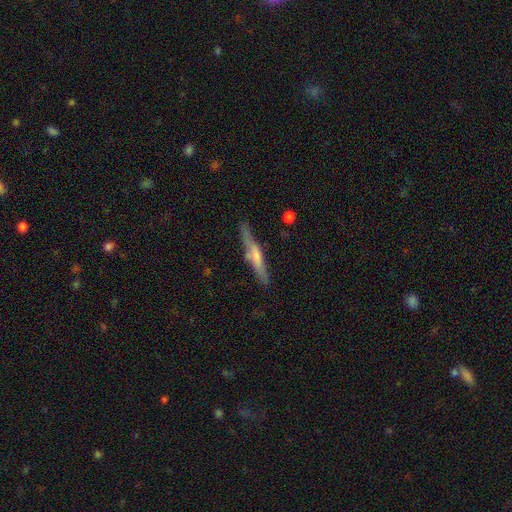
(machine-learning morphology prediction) A featured or disk galaxy (53%) viewed edge-on (93%). Merging: none (74%).